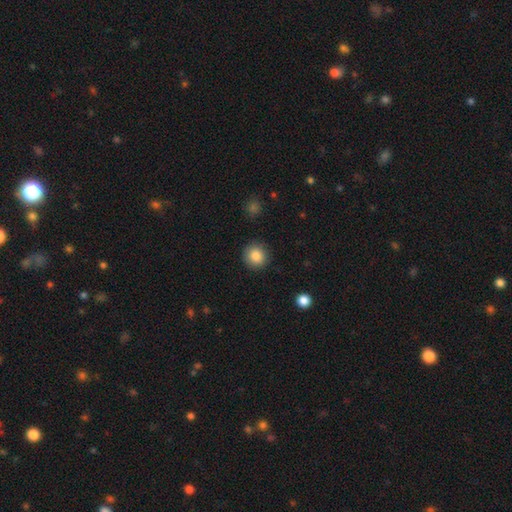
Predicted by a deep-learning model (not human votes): Smooth or featured? smooth (87%)
How rounded? round (93%)
Merging? none (89%)